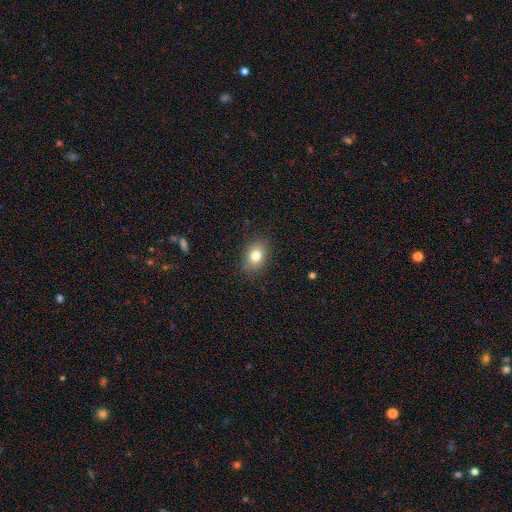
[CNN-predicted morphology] Smooth or featured?
  - smooth: 79% *
  - featured or disk: 11%
  - star or artifact: 10%
How rounded?
  - in between: 69% *
  - round: 30%
  - cigar-shaped: 1%
Merging?
  - none: 85% *
  - minor disturbance: 11%
  - major disturbance: 3%
  - merger: 1%